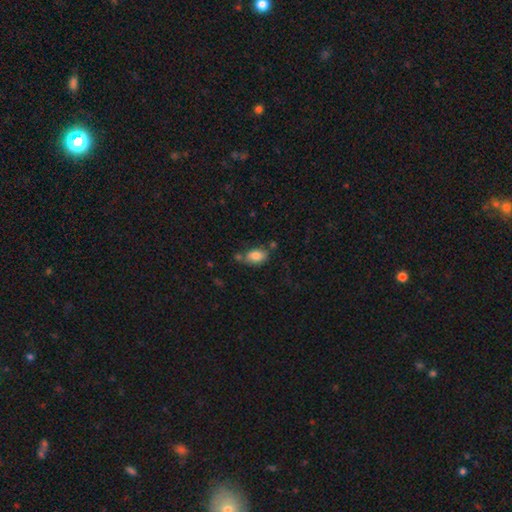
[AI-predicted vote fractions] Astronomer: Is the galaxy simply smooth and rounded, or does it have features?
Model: smooth — 84%.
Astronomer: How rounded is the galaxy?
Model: in between — 88%.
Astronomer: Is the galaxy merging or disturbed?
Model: none — 55%.